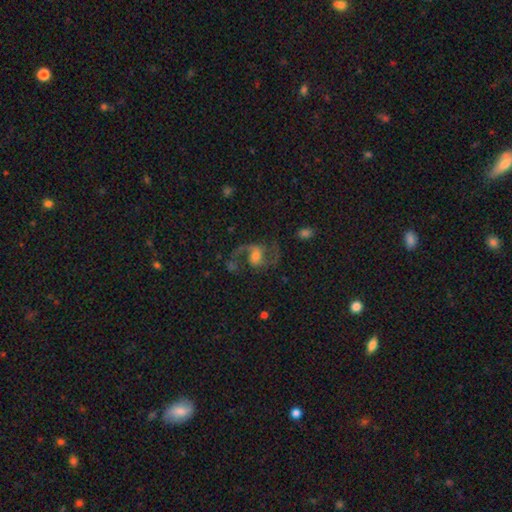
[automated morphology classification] Smooth or featured?
  - featured or disk: 84% *
  - smooth: 8%
  - star or artifact: 8%
Edge-on disk?
  - no: 98% *
  - yes: 2%
Bar?
  - weak: 45% *
  - no: 41%
  - strong: 14%
Spiral arms?
  - yes: 96% *
  - no: 4%
Spiral winding?
  - loose: 48% *
  - medium: 45%
  - tight: 6%
Spiral arm count?
  - 2: 89% *
  - 1: 6%
  - can't tell: 2%
  - 3: 1%
  - 4: 1%
  - more than 4: 1%
Bulge size?
  - moderate: 45% *
  - small: 29%
  - large: 16%
  - none: 8%
  - dominant: 2%
Merging?
  - none: 64% *
  - major disturbance: 18%
  - minor disturbance: 15%
  - merger: 4%